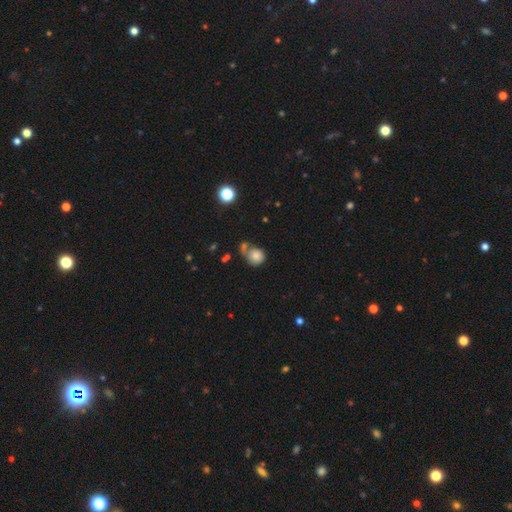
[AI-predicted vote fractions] smooth 80%, featured or disk 10%, star or artifact 10%. Down the decision tree: how rounded — round (82%); merging — none (43%).